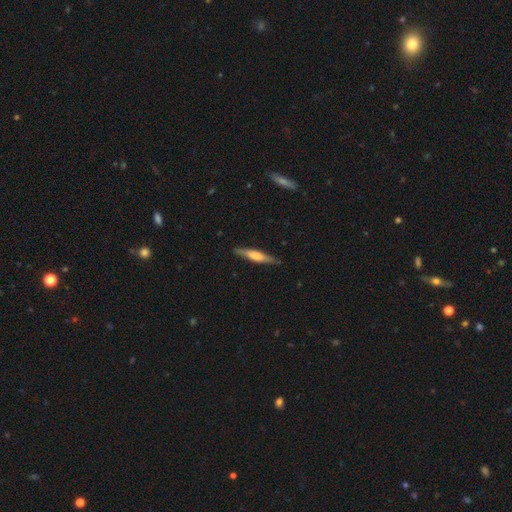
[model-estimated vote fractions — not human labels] Overall: featured or disk (51%; smooth 43%). Edge-on disk: yes (95%). Merging: none (86%).